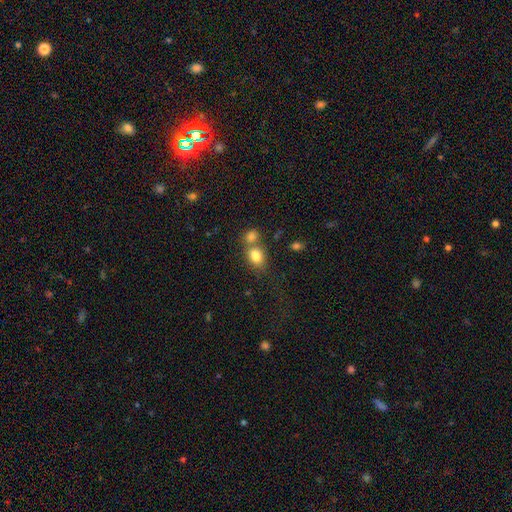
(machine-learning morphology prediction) Smooth or featured? smooth (82%)
How rounded? in between (67%)
Merging? none (43%)